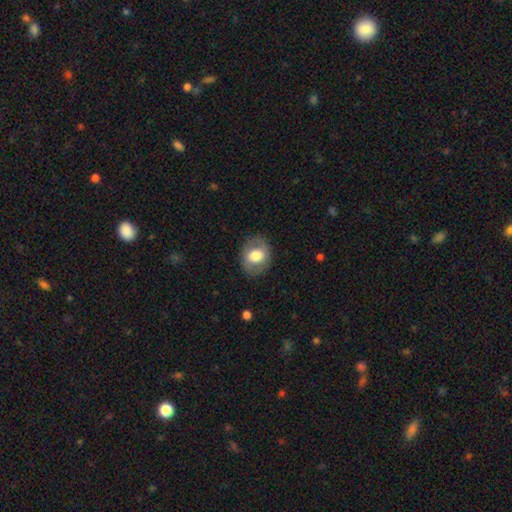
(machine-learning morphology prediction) smooth 59%, featured or disk 34%, star or artifact 7%. Down the decision tree: how rounded — in between (51%); merging — none (83%).